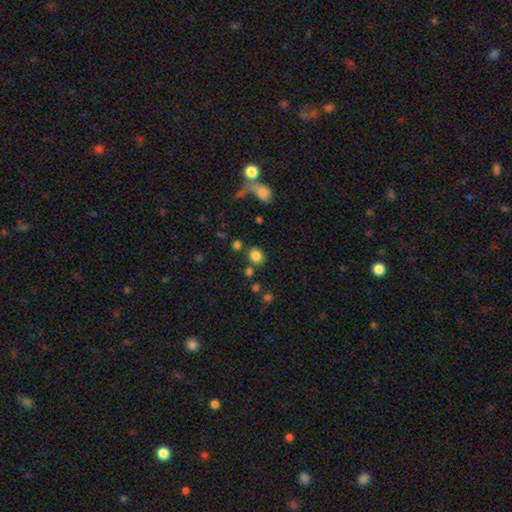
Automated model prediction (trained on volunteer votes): This is clearly a smooth galaxy (83%). How rounded: likely round (68%). Merging: likely none (74%).